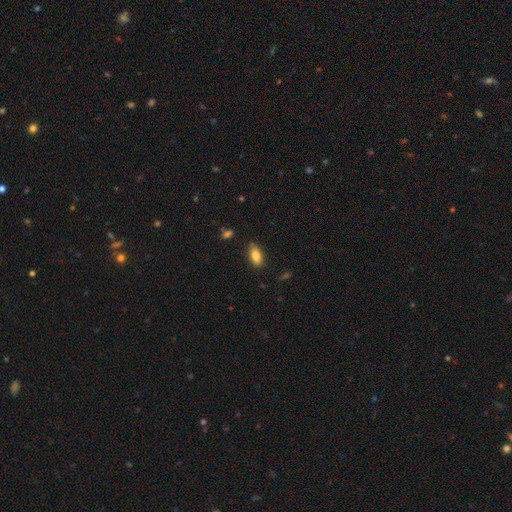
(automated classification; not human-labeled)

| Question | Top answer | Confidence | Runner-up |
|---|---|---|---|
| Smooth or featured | smooth | 84% | featured or disk (9%) |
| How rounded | in between | 87% | cigar-shaped (10%) |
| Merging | none | 83% | minor disturbance (13%) |